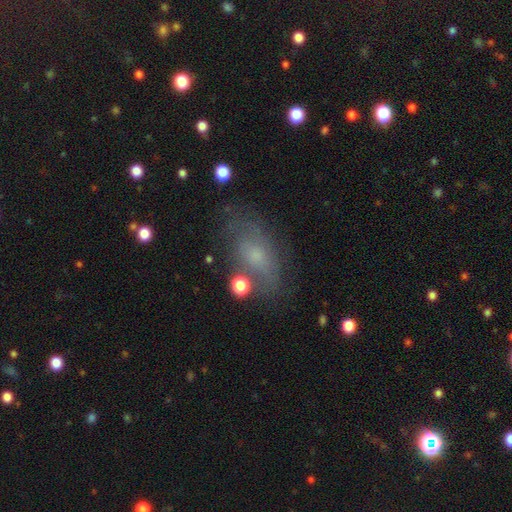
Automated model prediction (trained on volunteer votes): Smooth or featured? Predicted: smooth (p=0.53). How rounded? Predicted: in between (p=0.84). Merging? Predicted: none (p=0.64).